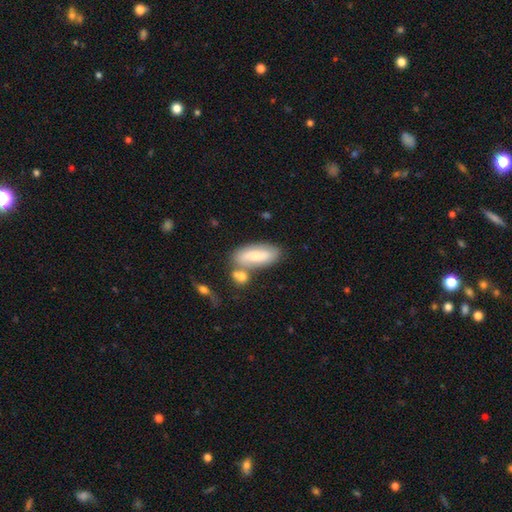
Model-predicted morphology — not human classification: type=smooth (61%); roundness=in between (78%); merging=none (60%).